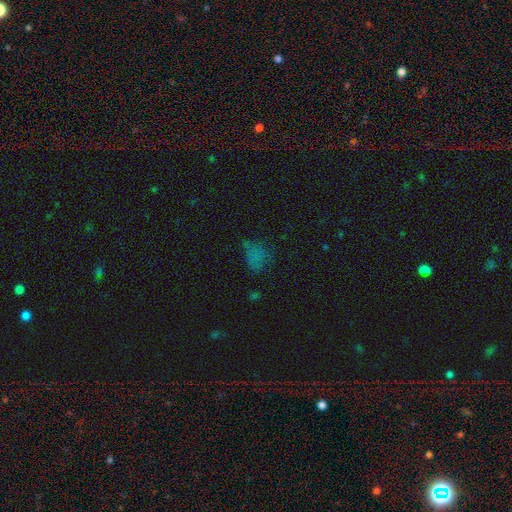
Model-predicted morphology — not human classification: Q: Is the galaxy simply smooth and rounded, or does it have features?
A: smooth — 58%.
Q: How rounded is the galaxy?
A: in between — 69%.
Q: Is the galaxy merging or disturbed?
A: none — 46%.